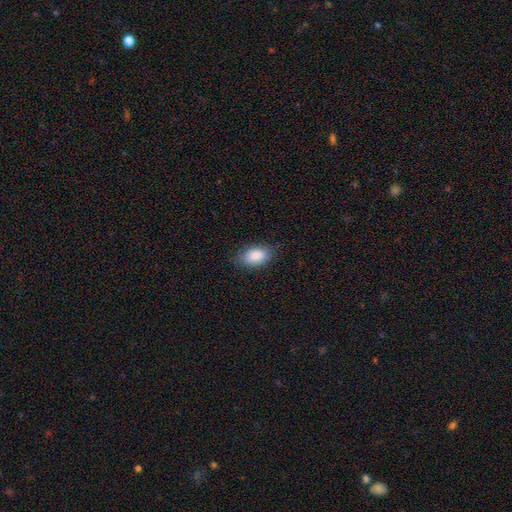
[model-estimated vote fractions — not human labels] This appears to be a smooth galaxy with no disk features (87%) that is in between round and cigar-shaped (89%). Merging: none (80%).